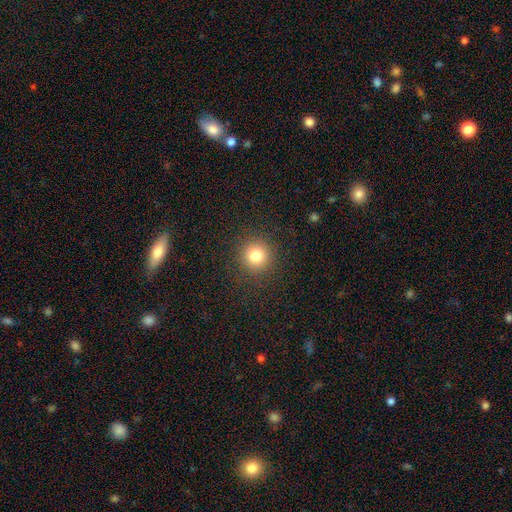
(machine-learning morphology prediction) Smooth or featured: smooth — 80% (star or artifact — 13%)
How rounded: round — 94% (in between — 5%)
Merging: none — 90% (minor disturbance — 6%)